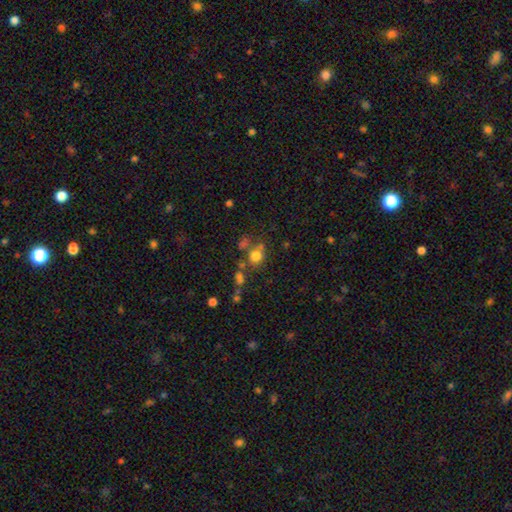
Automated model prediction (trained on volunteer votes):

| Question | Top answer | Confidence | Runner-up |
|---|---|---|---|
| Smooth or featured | smooth | 74% | star or artifact (16%) |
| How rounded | round | 79% | in between (20%) |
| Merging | none | 60% | merger (21%) |